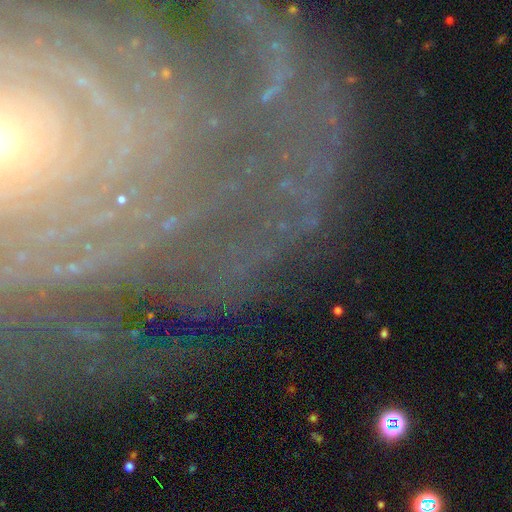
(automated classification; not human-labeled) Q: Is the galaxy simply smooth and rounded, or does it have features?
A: featured or disk — 67%.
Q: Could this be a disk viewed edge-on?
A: no — 90%.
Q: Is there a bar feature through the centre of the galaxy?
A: no — 50%.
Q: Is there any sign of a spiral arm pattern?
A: yes — 89%.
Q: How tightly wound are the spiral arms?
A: tight — 77%.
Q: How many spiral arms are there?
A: can't tell — 31%.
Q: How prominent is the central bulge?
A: small — 59%.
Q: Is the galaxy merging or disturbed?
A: none — 73%.